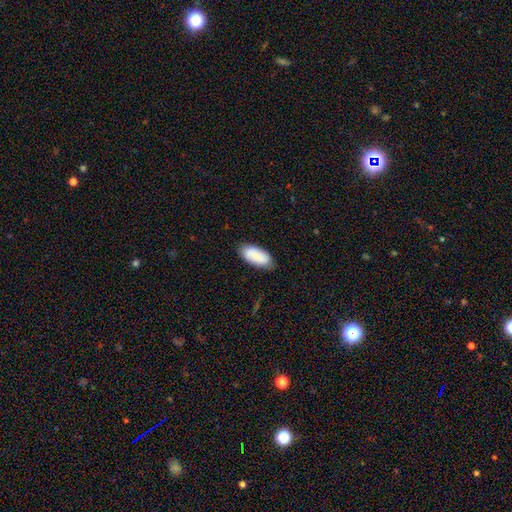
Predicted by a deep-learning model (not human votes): The model was most divided on "merging": none: 77%, minor disturbance: 18%, major disturbance: 3%, merger: 2%. More confident: how rounded — in between (90%); smooth or featured — smooth (85%).